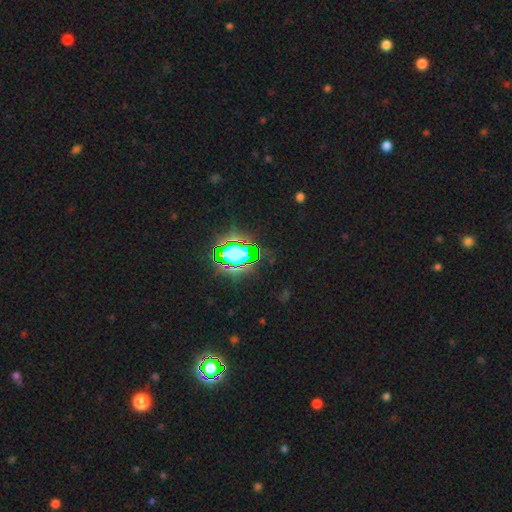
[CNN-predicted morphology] smooth_or_featured: star or artifact (p=0.81) [alt: smooth p=0.12]